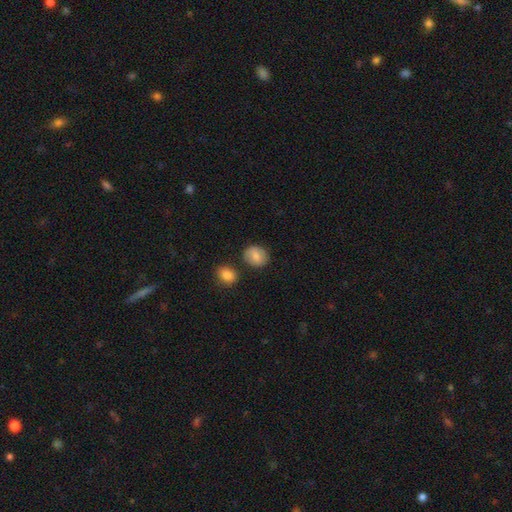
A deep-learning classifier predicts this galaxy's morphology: smooth_or_featured: smooth (p=0.82) [alt: featured or disk p=0.11]
how_rounded: round (p=0.67) [alt: in between p=0.32]
merging: none (p=0.79) [alt: minor disturbance p=0.12]